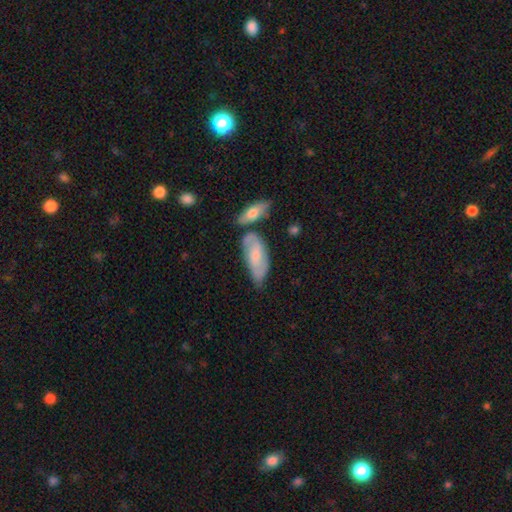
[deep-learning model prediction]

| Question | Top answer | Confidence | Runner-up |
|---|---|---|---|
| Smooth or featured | smooth | 47% | featured or disk (46%) |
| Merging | none | 46% | minor disturbance (27%) |